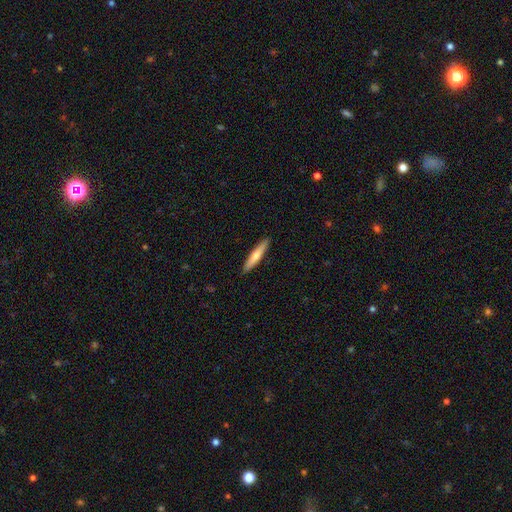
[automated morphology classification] Q: Smooth or featured?
A: smooth (62%); runner-up: featured or disk (33%)
Q: How rounded?
A: cigar-shaped (90%); runner-up: in between (8%)
Q: Merging?
A: none (91%); runner-up: minor disturbance (7%)